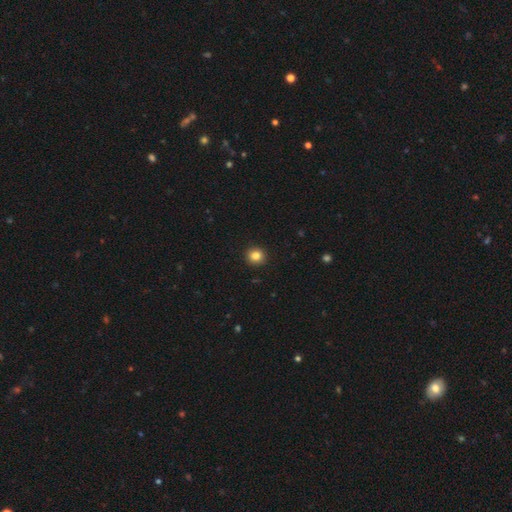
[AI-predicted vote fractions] This is clearly a smooth galaxy (84%). How rounded: clearly round (91%). Merging: clearly none (93%).